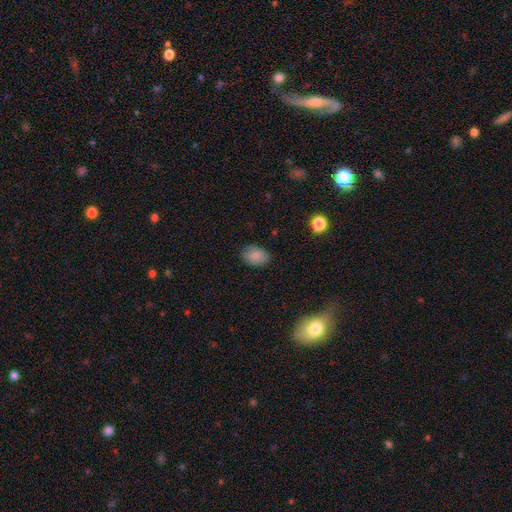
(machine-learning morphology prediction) smooth_or_featured: smooth (p=0.85) [alt: star or artifact p=0.08]
how_rounded: in between (p=0.79) [alt: round p=0.20]
merging: none (p=0.82) [alt: minor disturbance p=0.14]